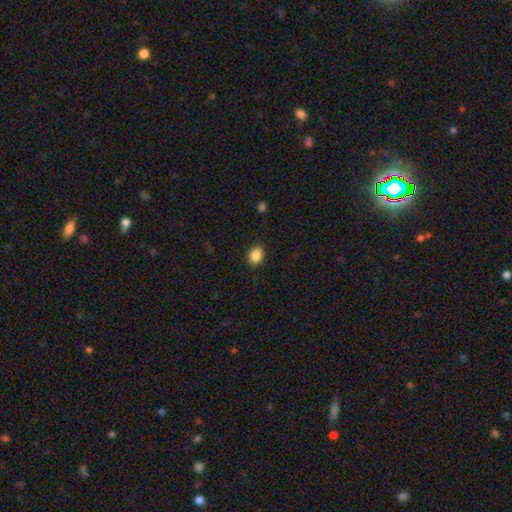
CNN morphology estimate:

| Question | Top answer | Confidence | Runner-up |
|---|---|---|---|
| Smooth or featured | smooth | 87% | star or artifact (9%) |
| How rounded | in between | 61% | round (38%) |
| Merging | none | 86% | minor disturbance (11%) |